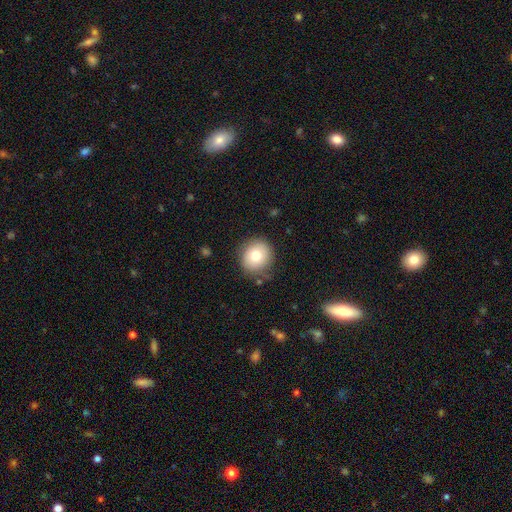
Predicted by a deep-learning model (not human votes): A smooth galaxy with no disk features (75%) that is round (87%).

Vote fractions:
- Smooth or featured? smooth: 75% / featured or disk: 15% / star or artifact: 10%
- How rounded? round: 87% / in between: 12% / cigar-shaped: 1%
- Merging? none: 82% / minor disturbance: 12% / major disturbance: 4% / merger: 2%